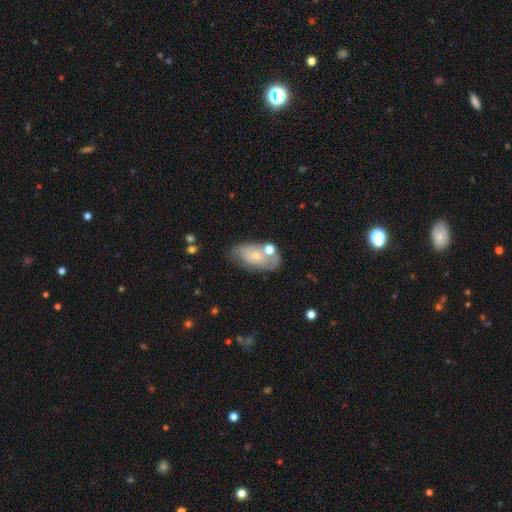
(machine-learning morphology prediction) Smooth or featured? Predicted: featured or disk (p=0.48). Merging? Predicted: none (p=0.47).